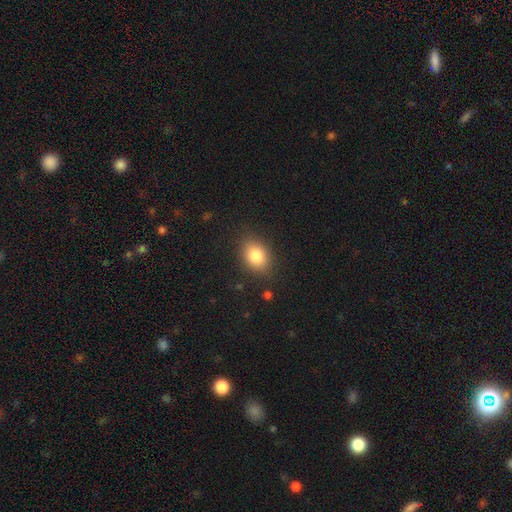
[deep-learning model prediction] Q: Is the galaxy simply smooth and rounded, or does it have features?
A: smooth — 82%.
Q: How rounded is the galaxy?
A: in between — 70%.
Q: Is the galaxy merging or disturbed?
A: none — 84%.